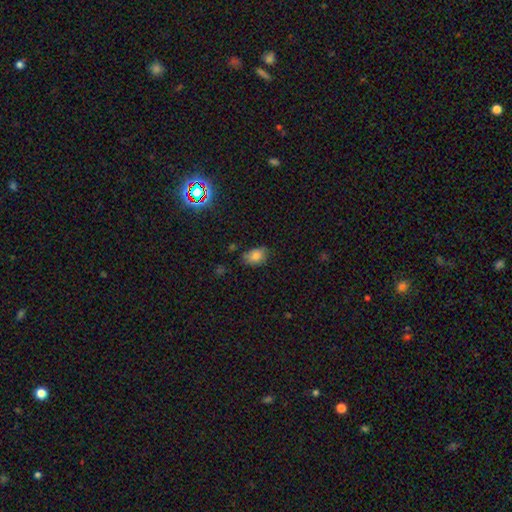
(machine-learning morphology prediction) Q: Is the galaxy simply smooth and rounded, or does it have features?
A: smooth — 80%.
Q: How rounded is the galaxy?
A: in between — 75%.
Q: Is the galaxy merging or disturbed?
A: none — 67%.